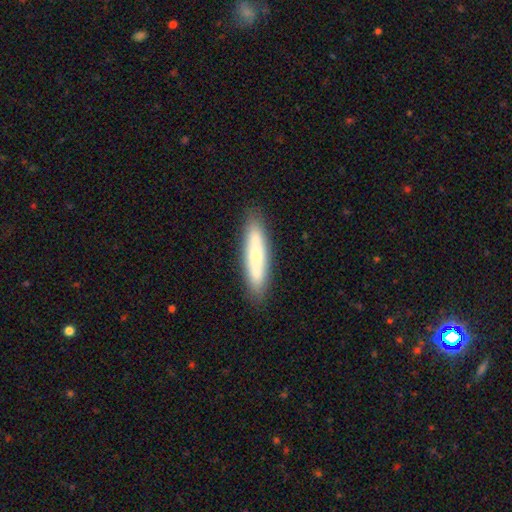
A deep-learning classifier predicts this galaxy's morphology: smooth-or-featured: smooth: 55% | featured or disk: 36% | star or artifact: 9%
  how-rounded: cigar-shaped: 85% | in between: 13% | round: 2%
  merging: none: 87% | minor disturbance: 10% | major disturbance: 2% | merger: 2%